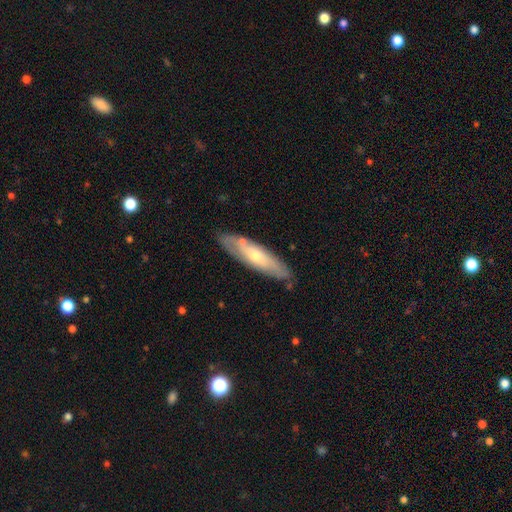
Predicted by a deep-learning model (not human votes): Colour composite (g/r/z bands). It shows a featured or disk galaxy (54%). Merging: none (78%).